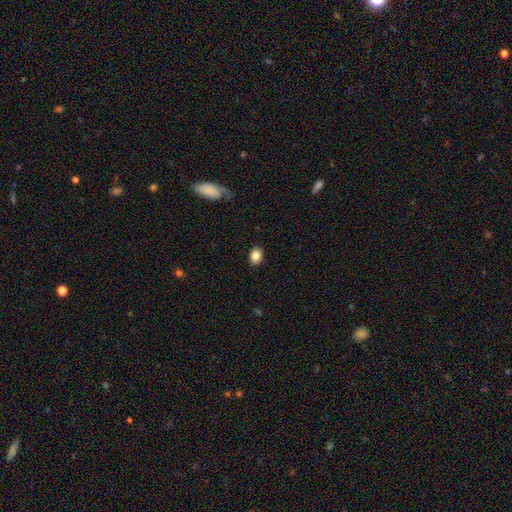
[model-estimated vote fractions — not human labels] The model was most divided on "how rounded": in between: 71%, round: 28%, cigar-shaped: 1%. More confident: merging — none (88%); smooth or featured — smooth (85%).